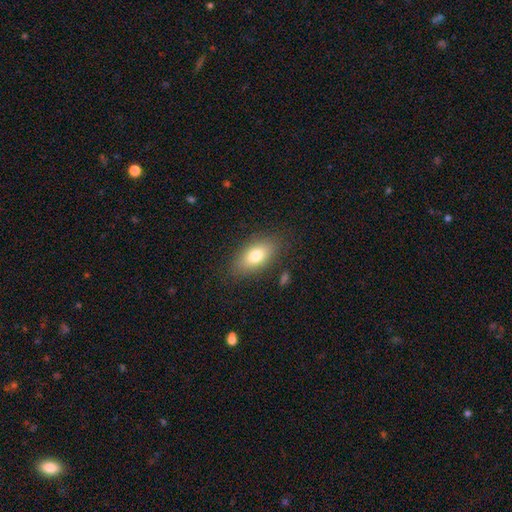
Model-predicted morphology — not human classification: Q: Smooth or featured?
A: smooth (76%); runner-up: featured or disk (16%)
Q: How rounded?
A: in between (88%); runner-up: cigar-shaped (7%)
Q: Merging?
A: none (82%); runner-up: minor disturbance (12%)